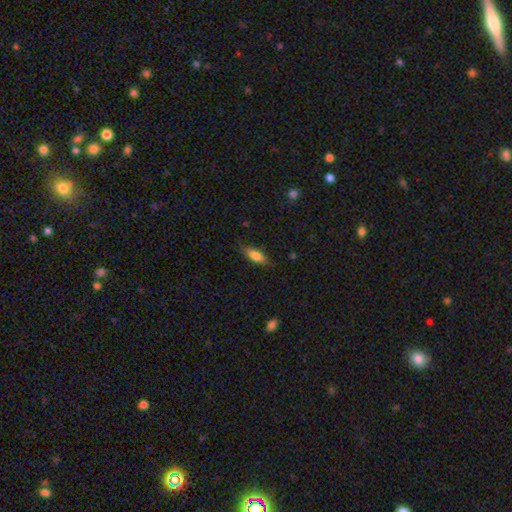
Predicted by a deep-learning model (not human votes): Smooth or featured? Predicted: smooth (p=0.74). How rounded? Predicted: in between (p=0.58). Merging? Predicted: none (p=0.82).